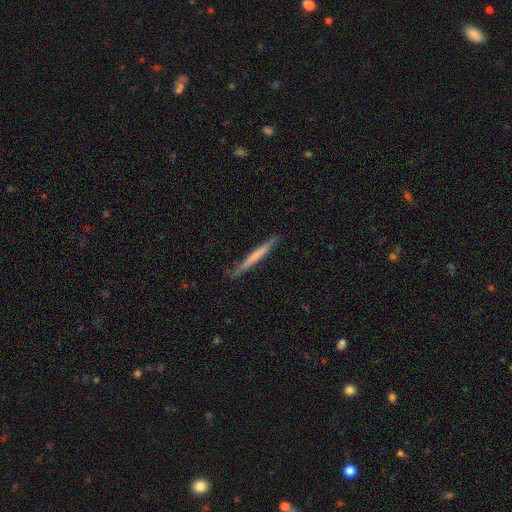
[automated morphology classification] Smooth or featured? smooth (55%)
How rounded? cigar-shaped (97%)
Merging? none (86%)